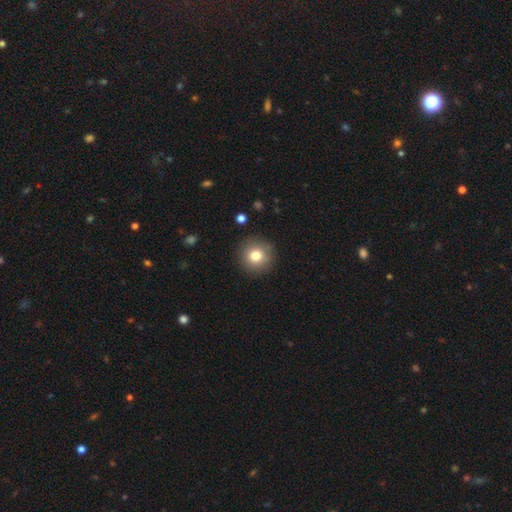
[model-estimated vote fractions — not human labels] smooth-or-featured: smooth: 79% | star or artifact: 10% | featured or disk: 10%
  how-rounded: round: 95% | in between: 4% | cigar-shaped: 1%
  merging: none: 90% | minor disturbance: 6% | major disturbance: 2% | merger: 1%